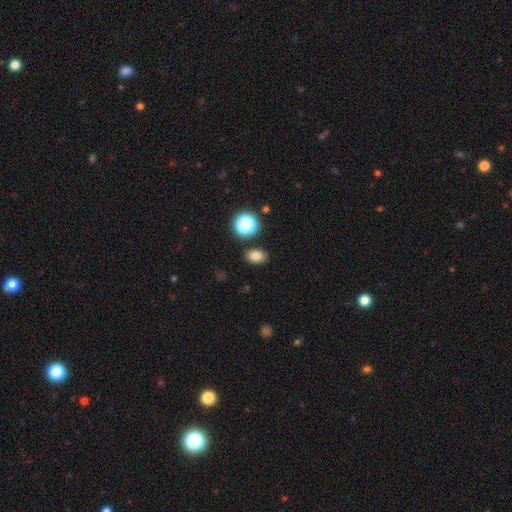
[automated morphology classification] smooth-or-featured: smooth: 79% | star or artifact: 14% | featured or disk: 7%
  how-rounded: in between: 74% | round: 25% | cigar-shaped: 1%
  merging: none: 85% | minor disturbance: 9% | merger: 4% | major disturbance: 2%